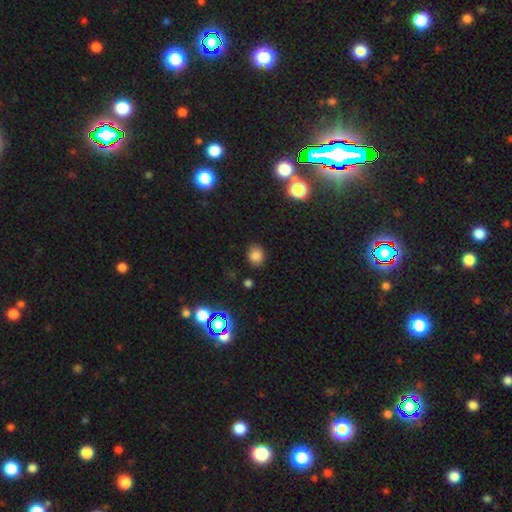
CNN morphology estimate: smooth_or_featured: smooth (p=0.79) [alt: star or artifact p=0.16]
how_rounded: round (p=0.57) [alt: in between p=0.42]
merging: none (p=0.82) [alt: minor disturbance p=0.13]